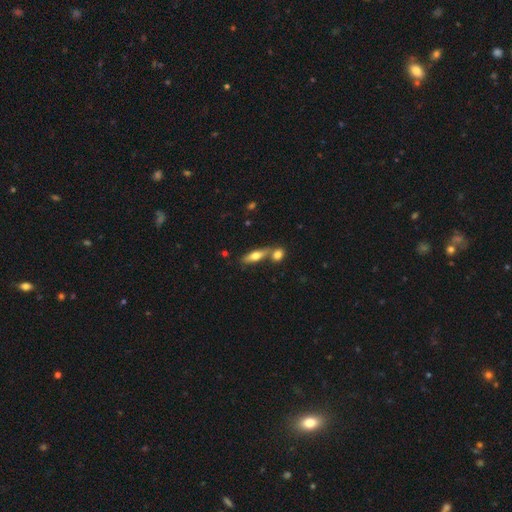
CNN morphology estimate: This appears to be a smooth galaxy with no disk features (63%) that is in between round and cigar-shaped (49%). Merging: none (53%).